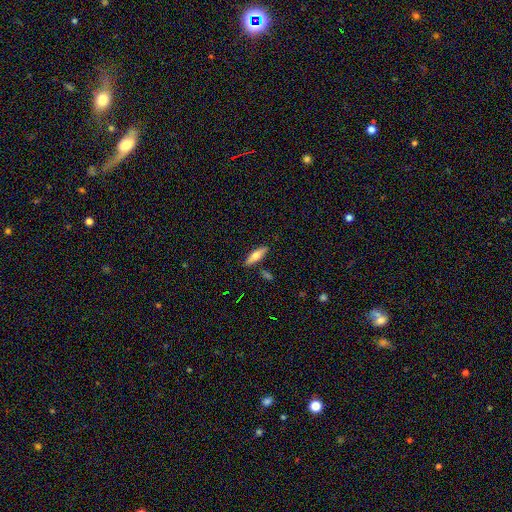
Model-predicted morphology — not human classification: The model was most divided on "how rounded": cigar-shaped: 54%, in between: 43%, round: 2%. More confident: merging — none (83%); smooth or featured — smooth (58%).